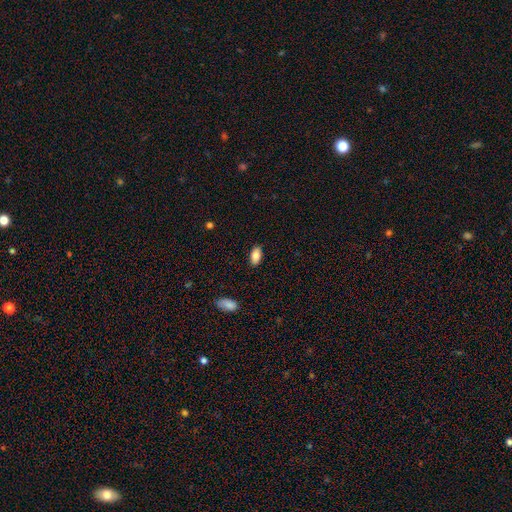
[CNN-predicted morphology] Smooth or featured: smooth — 85% (featured or disk — 7%)
How rounded: in between — 93% (round — 4%)
Merging: none — 87% (minor disturbance — 9%)